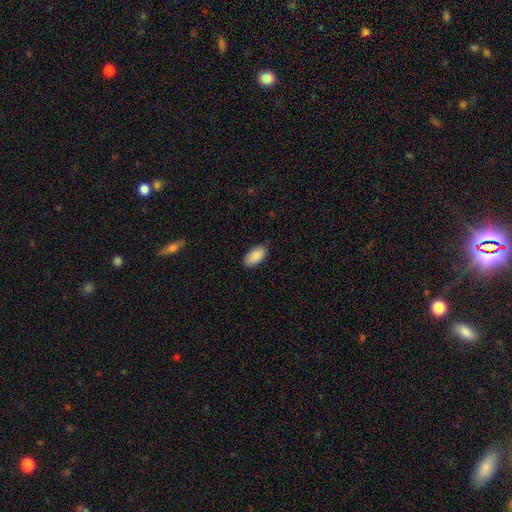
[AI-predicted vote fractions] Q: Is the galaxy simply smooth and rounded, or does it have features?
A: smooth — 90%.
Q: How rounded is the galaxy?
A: in between — 95%.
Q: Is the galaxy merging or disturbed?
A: none — 84%.